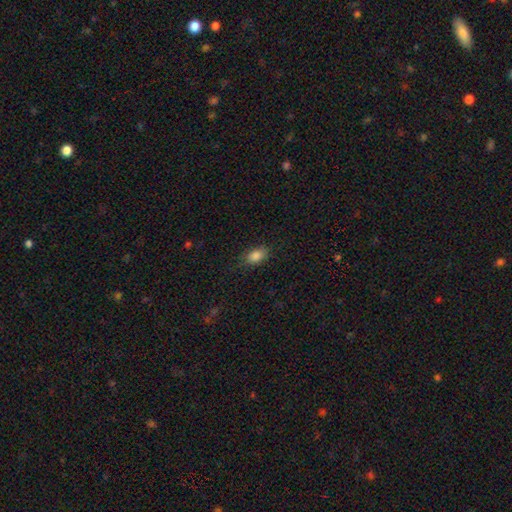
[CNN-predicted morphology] smooth 85%, star or artifact 9%, featured or disk 6%. Down the decision tree: how rounded — in between (86%); merging — none (79%).